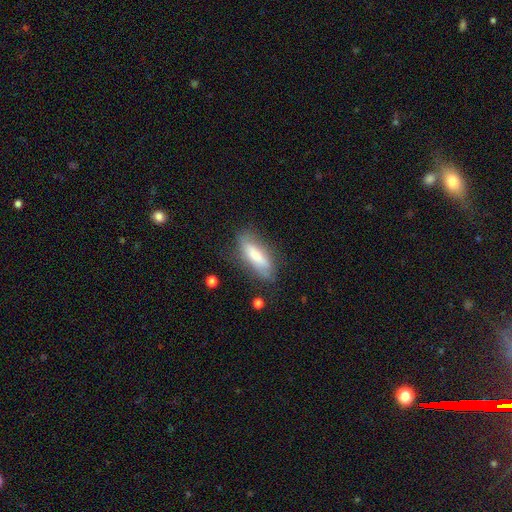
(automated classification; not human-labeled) A smooth galaxy with no disk features (72%) that is in between round and cigar-shaped (51%).

Vote fractions:
- Smooth or featured? smooth: 72% / featured or disk: 21% / star or artifact: 7%
- How rounded? in between: 51% / cigar-shaped: 47% / round: 2%
- Merging? none: 71% / minor disturbance: 20% / major disturbance: 7% / merger: 2%